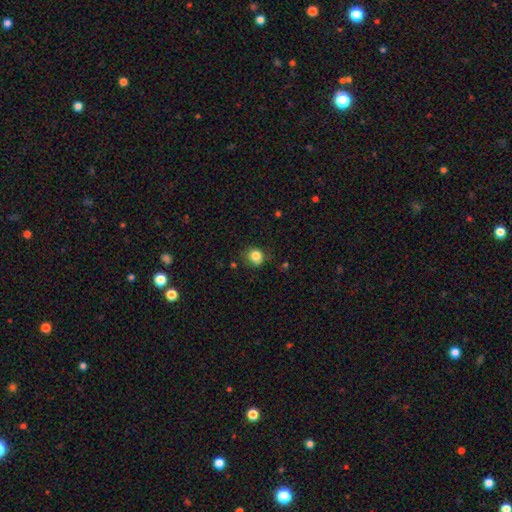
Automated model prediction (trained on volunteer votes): Smooth or featured?
  - smooth: 83% *
  - star or artifact: 11%
  - featured or disk: 6%
How rounded?
  - round: 74% *
  - in between: 25%
  - cigar-shaped: 1%
Merging?
  - none: 70% *
  - minor disturbance: 22%
  - major disturbance: 6%
  - merger: 2%